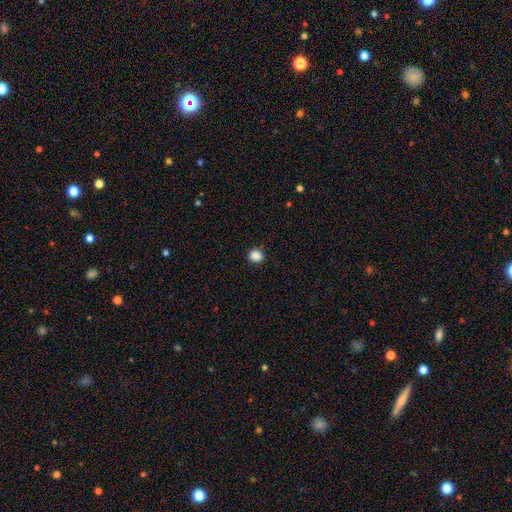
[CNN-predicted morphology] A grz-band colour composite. It shows a smooth galaxy with no disk features (87%) that is round (82%). Merging: none (90%).